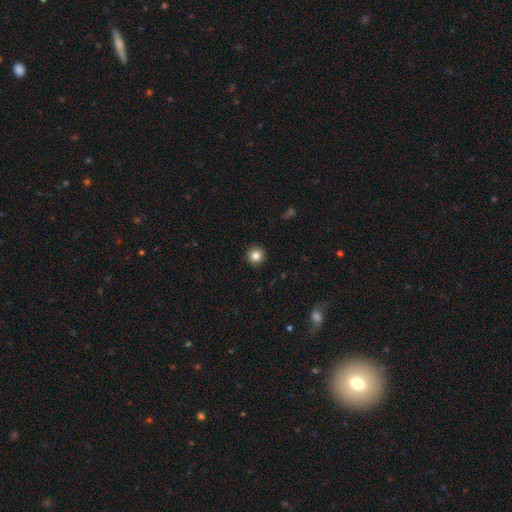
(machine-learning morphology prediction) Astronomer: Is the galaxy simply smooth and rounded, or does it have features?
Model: smooth — 84%.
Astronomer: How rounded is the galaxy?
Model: round — 95%.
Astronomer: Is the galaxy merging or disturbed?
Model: none — 93%.